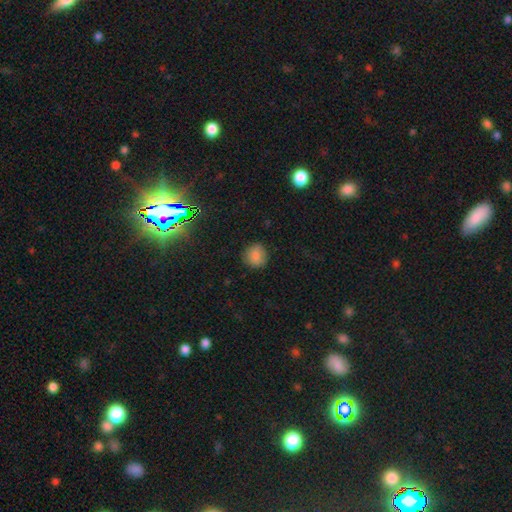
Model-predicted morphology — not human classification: Smooth or featured?
  - smooth: 84% *
  - star or artifact: 11%
  - featured or disk: 5%
How rounded?
  - round: 87% *
  - in between: 12%
  - cigar-shaped: 1%
Merging?
  - none: 86% *
  - minor disturbance: 10%
  - major disturbance: 3%
  - merger: 1%